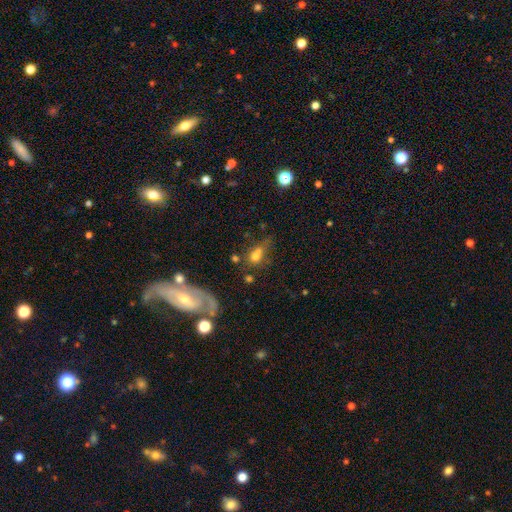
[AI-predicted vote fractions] The model was most divided on "merging": merger: 37%, none: 33%, minor disturbance: 15%, major disturbance: 15%. More confident: smooth or featured — smooth (63%); how rounded — round (58%).